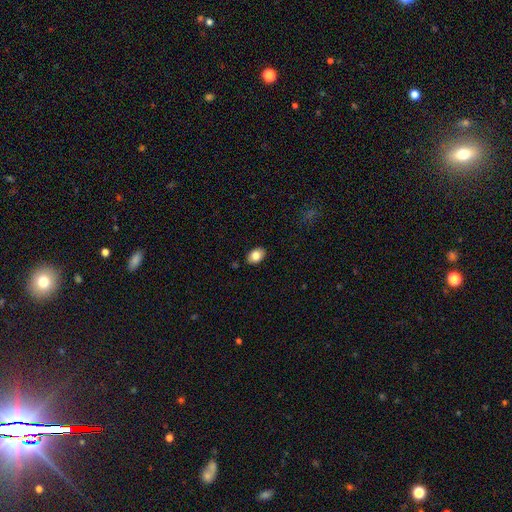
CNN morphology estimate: Smooth or featured? Predicted: smooth (p=0.83). How rounded? Predicted: in between (p=0.85). Merging? Predicted: none (p=0.88).